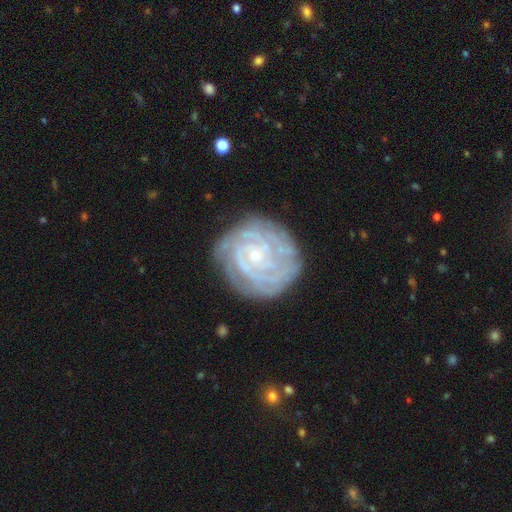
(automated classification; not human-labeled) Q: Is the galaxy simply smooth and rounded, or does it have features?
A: featured or disk — 86%.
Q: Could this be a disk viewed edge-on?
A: no — 98%.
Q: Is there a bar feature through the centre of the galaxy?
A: no — 75%.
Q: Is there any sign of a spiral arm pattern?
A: yes — 97%.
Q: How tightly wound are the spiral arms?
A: tight — 83%.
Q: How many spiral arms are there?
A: can't tell — 29%.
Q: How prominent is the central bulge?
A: small — 83%.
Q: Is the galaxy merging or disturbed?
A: none — 78%.